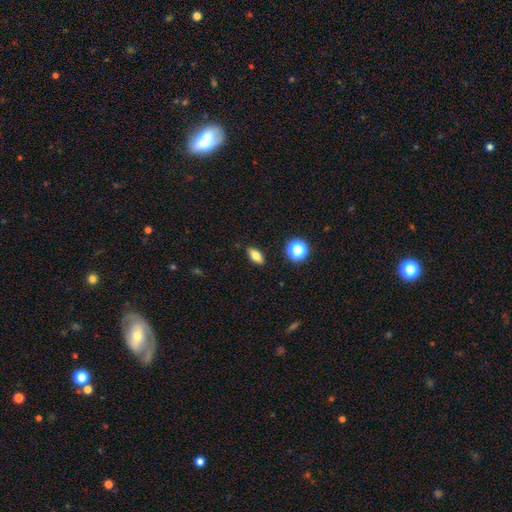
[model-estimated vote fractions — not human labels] smooth_or_featured: smooth (p=0.74) [alt: featured or disk p=0.16]
how_rounded: in between (p=0.77) [alt: cigar-shaped p=0.14]
merging: none (p=0.88) [alt: minor disturbance p=0.09]